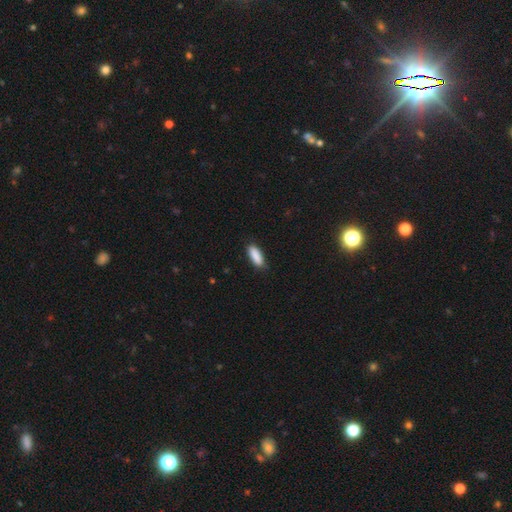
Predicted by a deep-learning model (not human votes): Smooth or featured? Predicted: smooth (p=0.90). How rounded? Predicted: in between (p=0.69). Merging? Predicted: none (p=0.85).